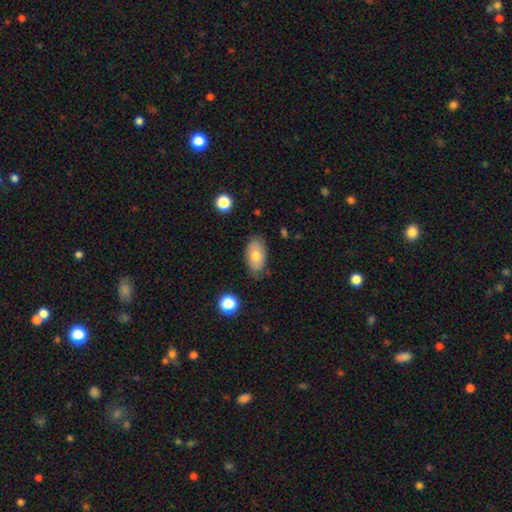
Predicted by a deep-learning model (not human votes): smooth_or_featured: smooth (p=0.74) [alt: featured or disk p=0.19]
how_rounded: in between (p=0.93) [alt: round p=0.05]
merging: none (p=0.75) [alt: minor disturbance p=0.19]